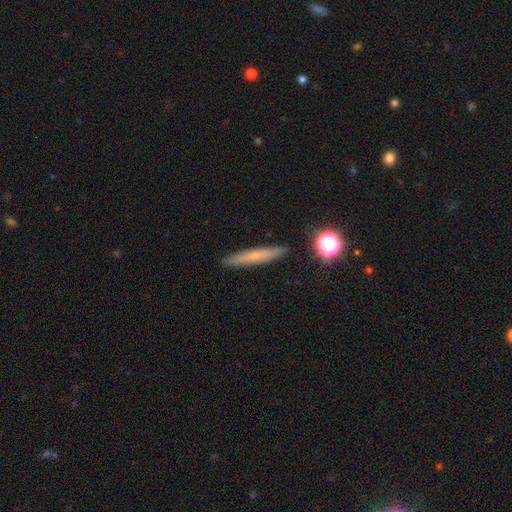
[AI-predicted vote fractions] Overall: smooth (62%; featured or disk 29%). How rounded: cigar-shaped (92%). Merging: none (90%).